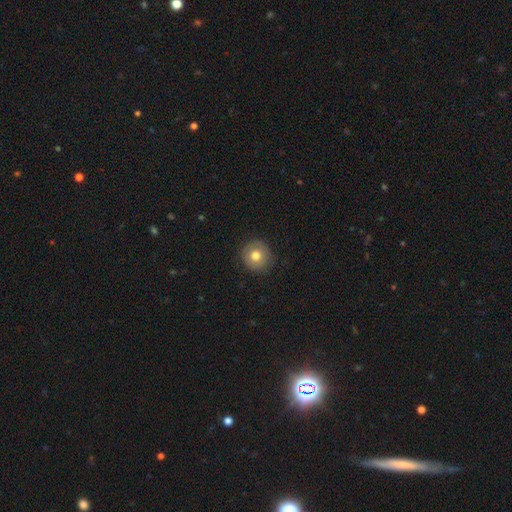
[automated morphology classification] Smooth or featured? smooth (74%)
How rounded? round (94%)
Merging? none (88%)